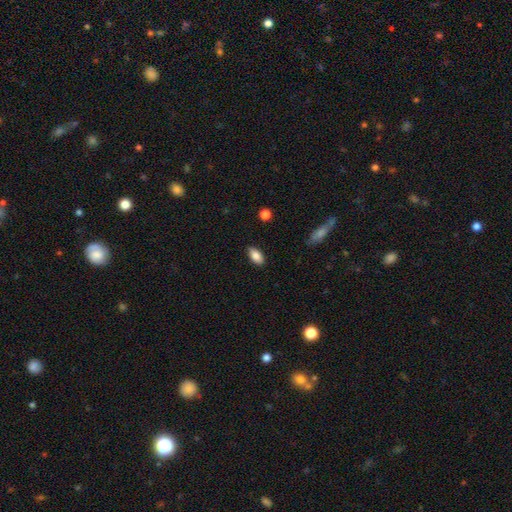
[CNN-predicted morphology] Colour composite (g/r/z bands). It shows a smooth galaxy with no disk features (85%) that is in between round and cigar-shaped (92%). Merging: none (87%).